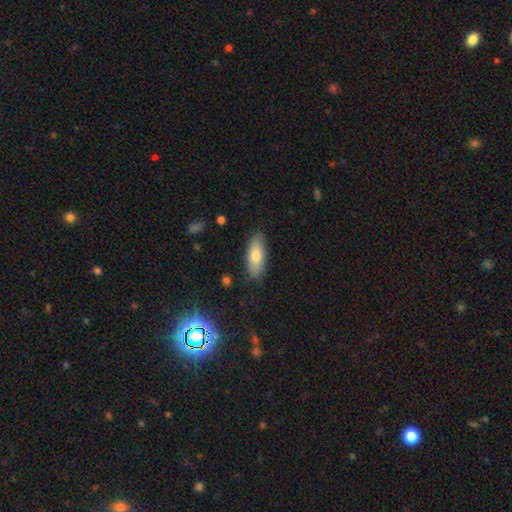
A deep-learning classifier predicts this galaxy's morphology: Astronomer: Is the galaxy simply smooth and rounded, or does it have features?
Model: smooth — 73%.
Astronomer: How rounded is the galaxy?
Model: in between — 74%.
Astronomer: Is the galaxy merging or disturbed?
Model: none — 85%.